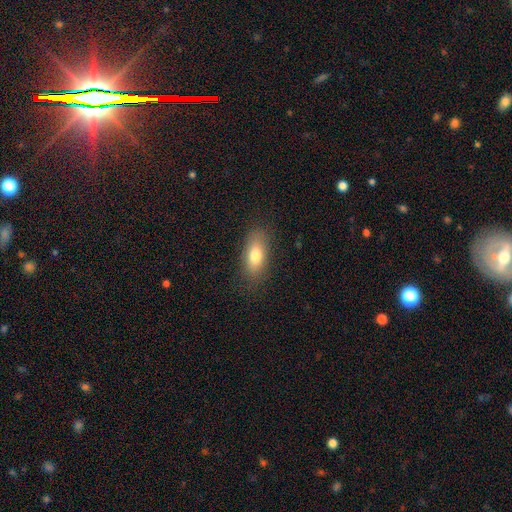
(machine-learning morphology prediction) A smooth galaxy with no disk features (77%) that is in between round and cigar-shaped (84%).

Vote fractions:
- Smooth or featured? smooth: 77% / featured or disk: 15% / star or artifact: 8%
- How rounded? in between: 84% / cigar-shaped: 11% / round: 5%
- Merging? none: 82% / minor disturbance: 12% / major disturbance: 4% / merger: 1%